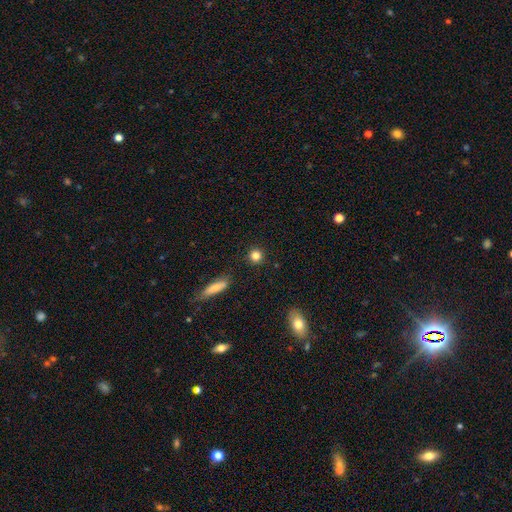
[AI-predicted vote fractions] This appears to be a smooth galaxy with no disk features (83%) that is round (92%). Merging: none (89%).